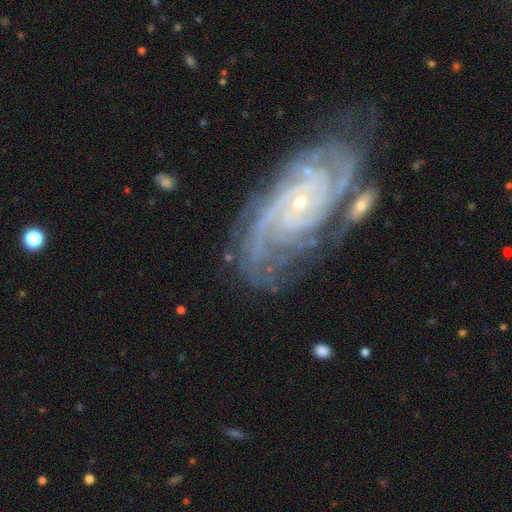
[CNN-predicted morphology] smooth_or_featured: featured or disk (p=0.91) [alt: star or artifact p=0.06]
disk_edge_on: no (p=0.96) [alt: yes p=0.04]
bar: no (p=0.63) [alt: weak p=0.26]
has_spiral_arms: yes (p=0.98) [alt: no p=0.02]
spiral_winding: tight (p=0.74) [alt: medium p=0.23]
spiral_arm_count: 3 (p=0.23) [alt: 4 p=0.21]
bulge_size: small (p=0.84) [alt: moderate p=0.13]
merging: none (p=0.61) [alt: minor disturbance p=0.19]